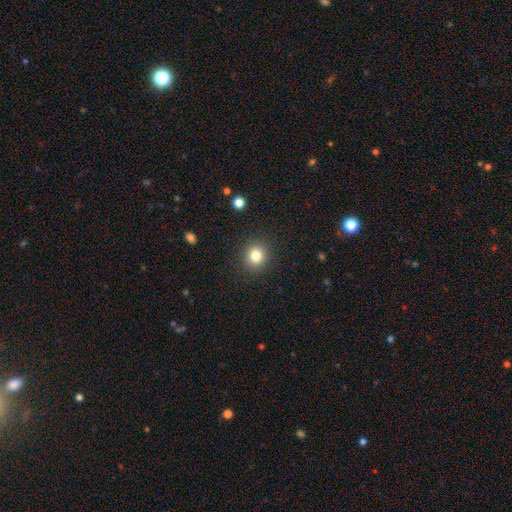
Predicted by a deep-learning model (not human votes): This is clearly a smooth galaxy (82%). How rounded: clearly round (83%). Merging: clearly none (90%).